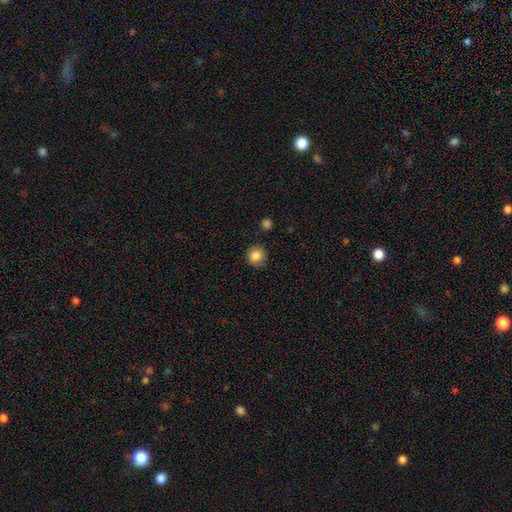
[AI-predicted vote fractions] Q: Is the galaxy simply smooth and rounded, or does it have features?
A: smooth — 85%.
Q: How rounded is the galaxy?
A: round — 92%.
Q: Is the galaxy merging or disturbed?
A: none — 87%.